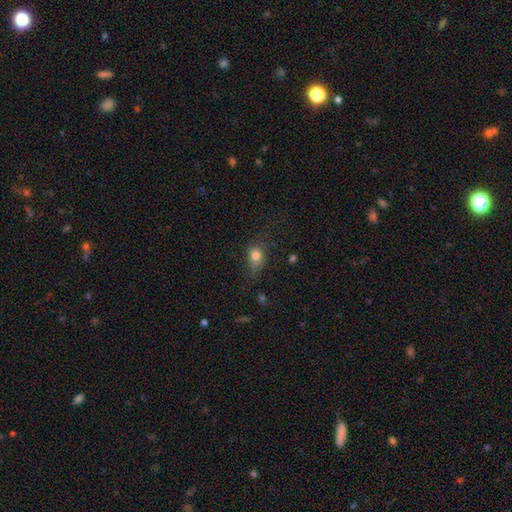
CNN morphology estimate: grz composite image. It shows a smooth galaxy with no disk features (79%) that is in between round and cigar-shaped (51%). Merging: none (57%).